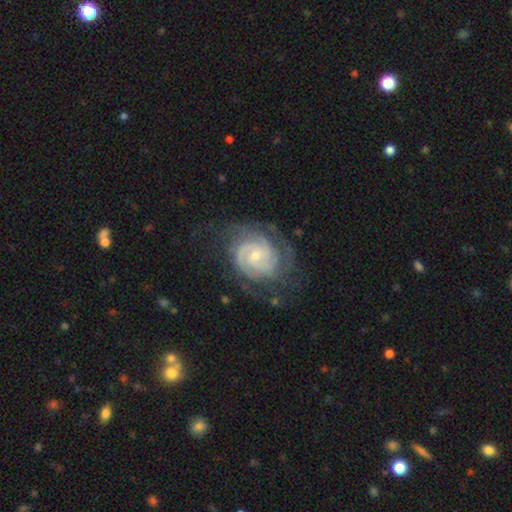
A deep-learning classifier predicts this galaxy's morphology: This is clearly a featured or disk galaxy (88%). It is clearly not viewed edge-on (98%). Bar: likely no (63%). Spiral arm pattern: clearly yes (97%). Spiral arm count: marginally 2 (40%). Spiral winding: likely tight (69%). Central bulge: likely small (65%). Merging: likely none (66%).